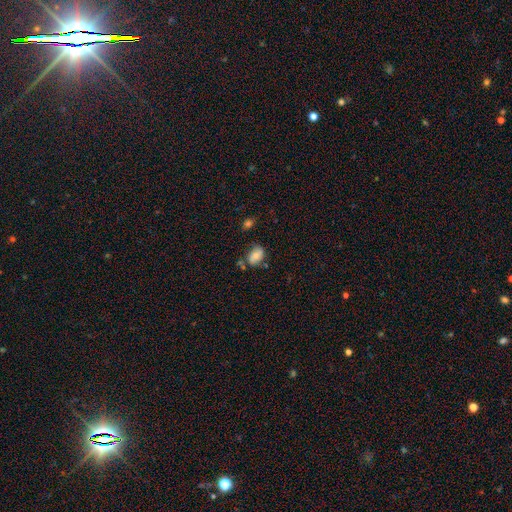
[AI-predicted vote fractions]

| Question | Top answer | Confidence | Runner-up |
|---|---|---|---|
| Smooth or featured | smooth | 66% | featured or disk (25%) |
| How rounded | in between | 80% | round (18%) |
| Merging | none | 60% | minor disturbance (25%) |